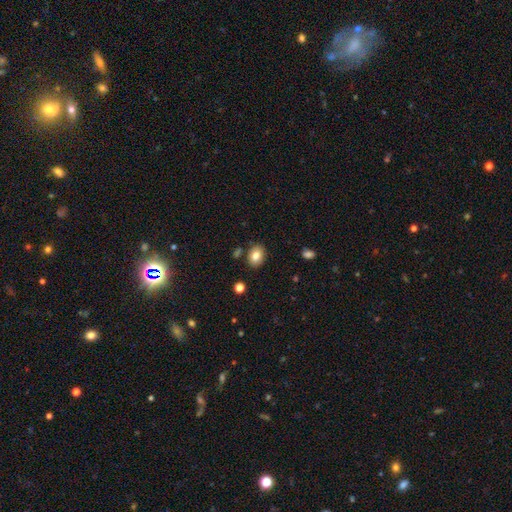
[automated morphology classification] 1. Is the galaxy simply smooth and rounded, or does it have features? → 82% smooth, 9% star or artifact, 9% featured or disk.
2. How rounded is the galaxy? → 66% in between, 33% round, 1% cigar-shaped.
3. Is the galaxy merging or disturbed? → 84% none, 10% minor disturbance, 4% merger, 2% major disturbance.